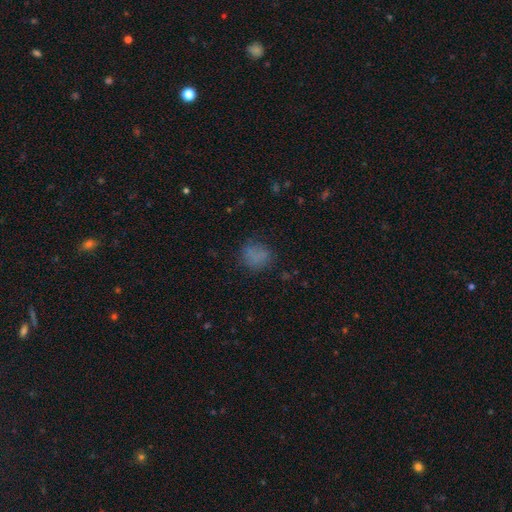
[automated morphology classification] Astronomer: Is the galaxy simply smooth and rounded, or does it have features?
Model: smooth — 74%.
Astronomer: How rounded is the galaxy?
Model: round — 67%.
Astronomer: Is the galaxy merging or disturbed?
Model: none — 67%.